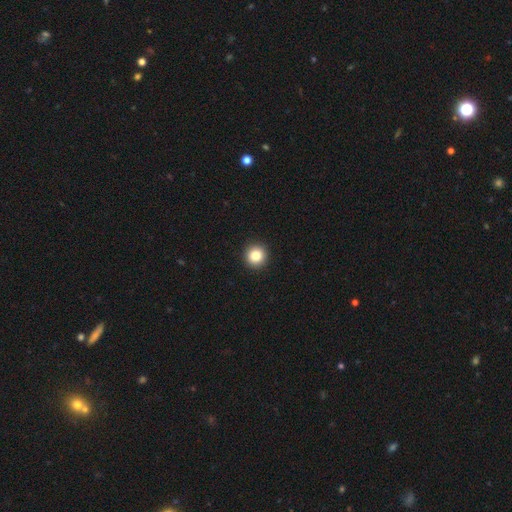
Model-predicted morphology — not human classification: Smooth or featured? Predicted: smooth (p=0.86). How rounded? Predicted: round (p=0.94). Merging? Predicted: none (p=0.94).